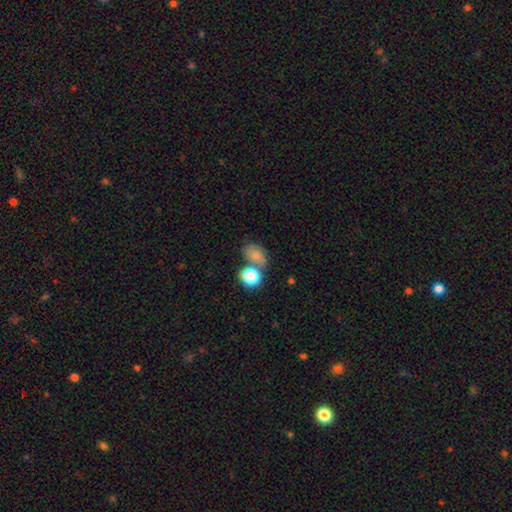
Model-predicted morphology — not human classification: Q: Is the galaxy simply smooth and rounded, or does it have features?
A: smooth — 72%.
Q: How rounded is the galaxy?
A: in between — 64%.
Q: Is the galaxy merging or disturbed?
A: none — 45%.